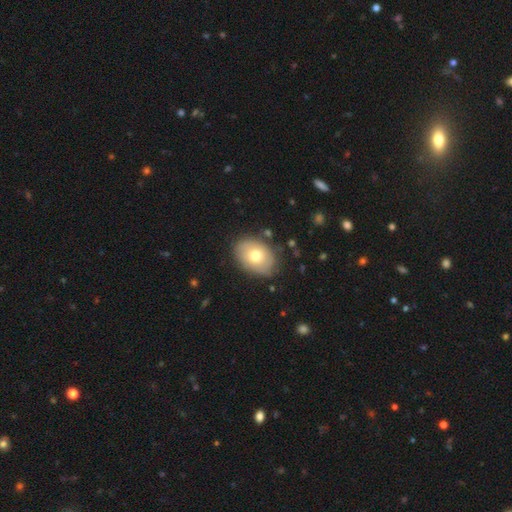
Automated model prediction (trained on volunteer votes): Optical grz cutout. It shows a smooth galaxy with no disk features (70%) that is in between round and cigar-shaped (77%). Merging: none (81%).